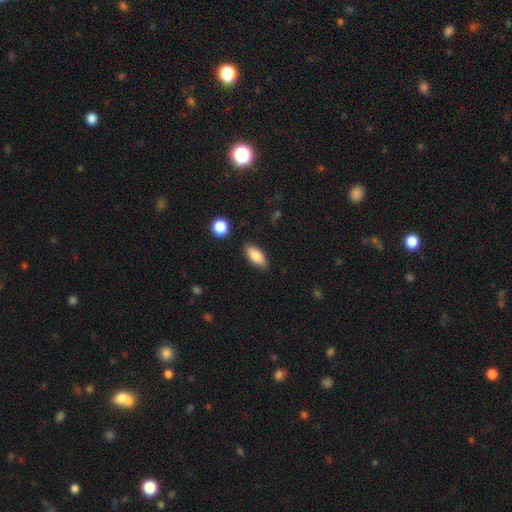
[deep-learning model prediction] This appears to be a smooth galaxy with no disk features (84%) that is in between round and cigar-shaped (84%). Merging: none (84%).